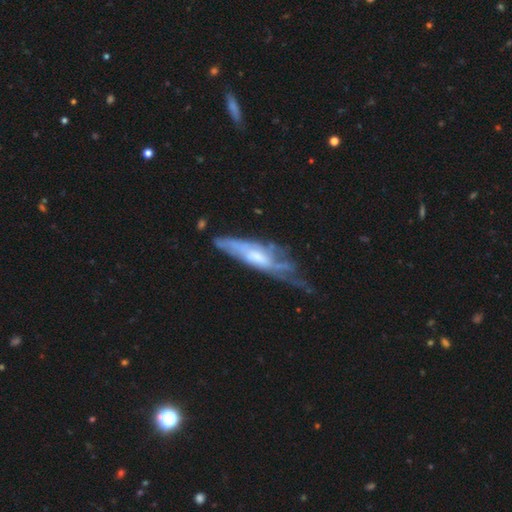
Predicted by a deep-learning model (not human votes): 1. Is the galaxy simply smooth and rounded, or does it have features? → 67% featured or disk, 26% smooth, 6% star or artifact.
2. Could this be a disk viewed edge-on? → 61% no, 39% yes.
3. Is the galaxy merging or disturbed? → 36% none, 32% minor disturbance, 28% major disturbance, 4% merger.